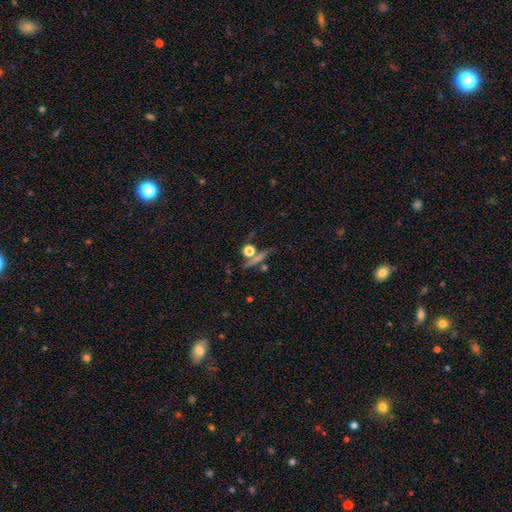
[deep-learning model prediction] Smooth or featured? Predicted: smooth (p=0.52). How rounded? Predicted: cigar-shaped (p=0.46). Merging? Predicted: none (p=0.68).